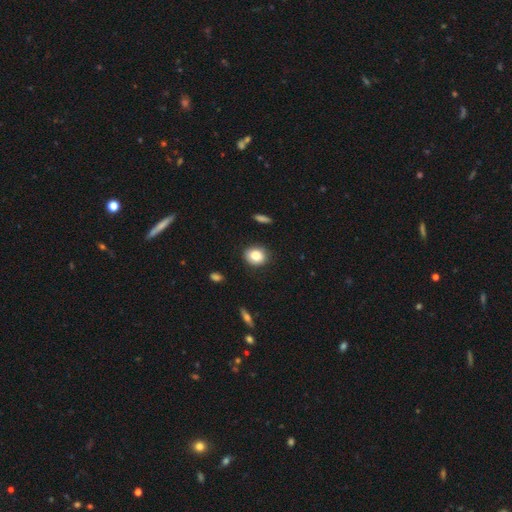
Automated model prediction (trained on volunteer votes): smooth_or_featured: smooth (p=0.84) [alt: star or artifact p=0.09]
how_rounded: round (p=0.60) [alt: in between p=0.39]
merging: none (p=0.85) [alt: minor disturbance p=0.11]